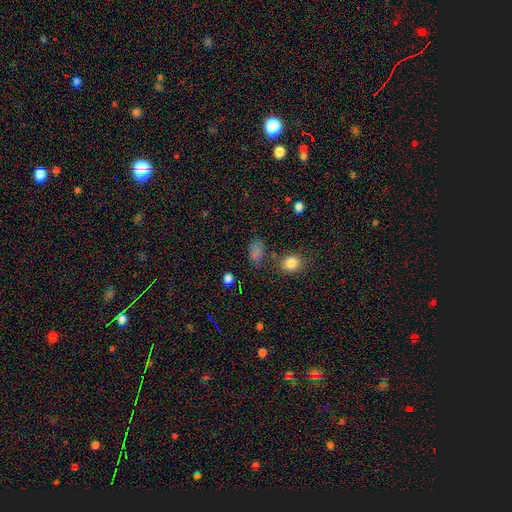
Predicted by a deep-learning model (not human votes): smooth-or-featured: smooth: 66% | star or artifact: 26% | featured or disk: 9%
  how-rounded: in between: 76% | round: 21% | cigar-shaped: 3%
  merging: none: 68% | minor disturbance: 18% | major disturbance: 7% | merger: 7%